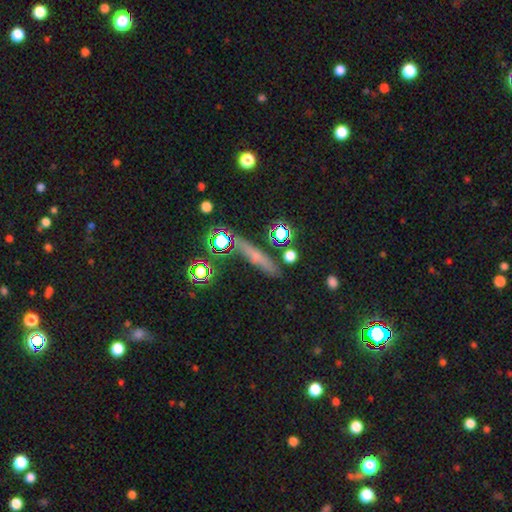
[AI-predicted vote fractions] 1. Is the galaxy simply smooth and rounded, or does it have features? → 46% smooth, 29% featured or disk, 26% star or artifact.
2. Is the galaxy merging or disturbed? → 80% none, 11% minor disturbance, 5% merger, 4% major disturbance.